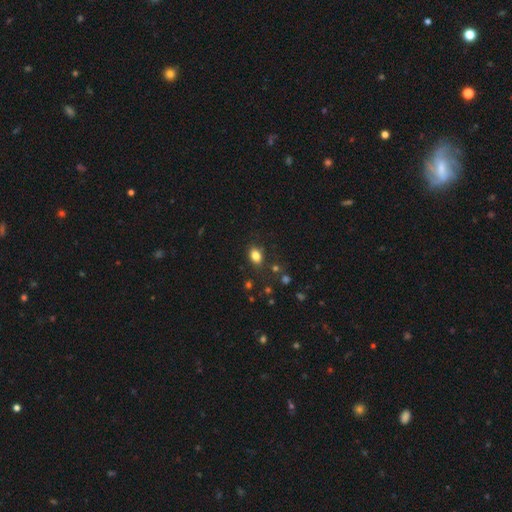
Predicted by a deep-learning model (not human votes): This is clearly a smooth galaxy (82%). How rounded: likely in between (75%). Merging: likely none (80%).